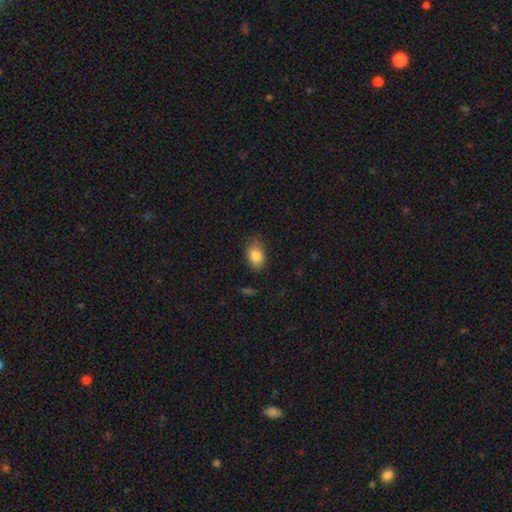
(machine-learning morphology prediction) This appears to be a smooth galaxy with no disk features (84%) that is in between round and cigar-shaped (85%). Merging: none (75%).